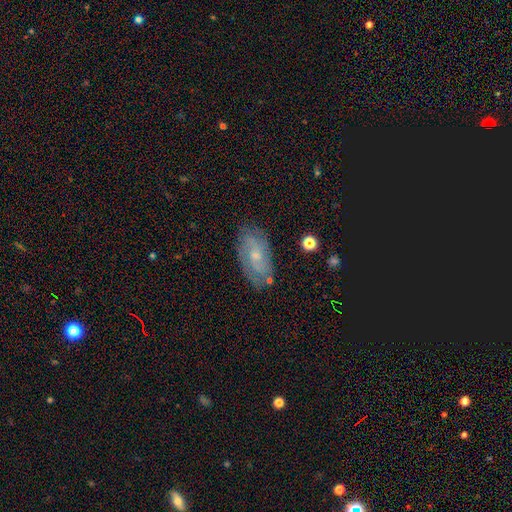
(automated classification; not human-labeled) This is likely a featured or disk galaxy (60%). It is clearly not viewed edge-on (91%). Bar: likely no (69%). Spiral arm pattern: likely yes (79%). Central bulge: likely small (65%). Merging: likely none (76%).